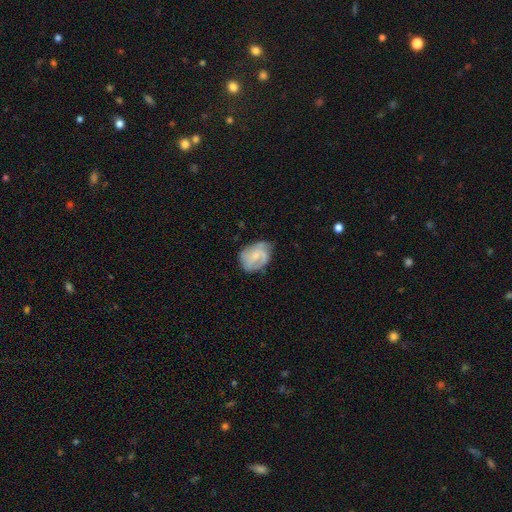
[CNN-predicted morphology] type=featured or disk (59%); edge-on=no (98%); bar=no (57%); spiral arms=yes (82%); bulge=small (54%); merging=none (55%).